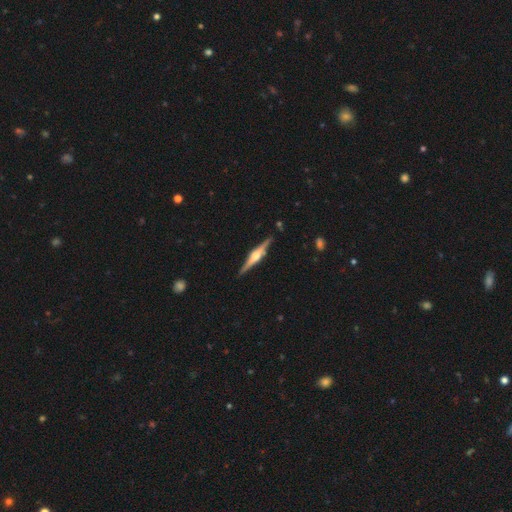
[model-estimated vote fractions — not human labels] Smooth or featured? Predicted: featured or disk (p=0.82). Edge-on disk? Predicted: yes (p=0.98). Edge-on bulge? Predicted: rounded (p=0.87). Merging? Predicted: none (p=0.89).